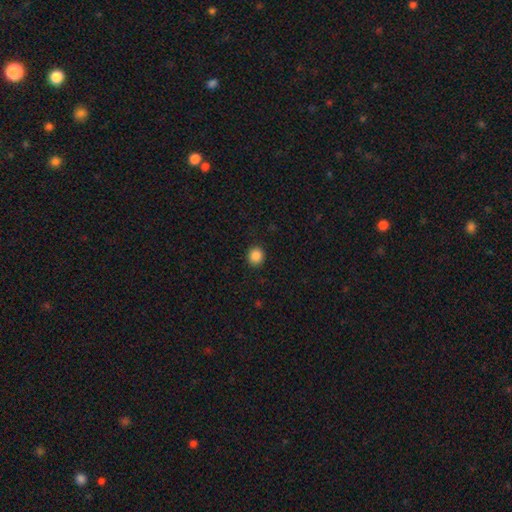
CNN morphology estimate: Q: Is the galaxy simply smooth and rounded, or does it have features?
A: smooth — 87%.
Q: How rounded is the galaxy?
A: round — 90%.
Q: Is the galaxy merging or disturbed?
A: none — 91%.